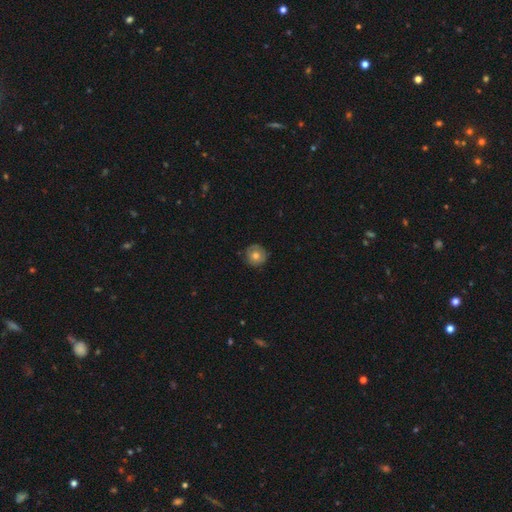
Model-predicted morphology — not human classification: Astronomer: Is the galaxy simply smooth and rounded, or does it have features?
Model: smooth — 67%.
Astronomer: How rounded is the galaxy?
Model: round — 94%.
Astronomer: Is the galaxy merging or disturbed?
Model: none — 84%.